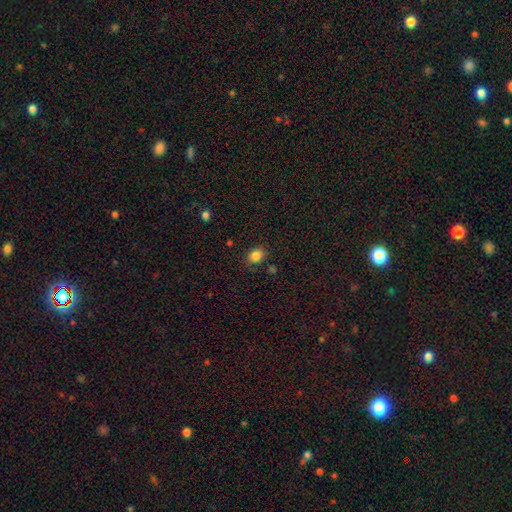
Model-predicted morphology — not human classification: This is clearly a smooth galaxy (84%). How rounded: possibly in between (55%). Merging: clearly none (81%).